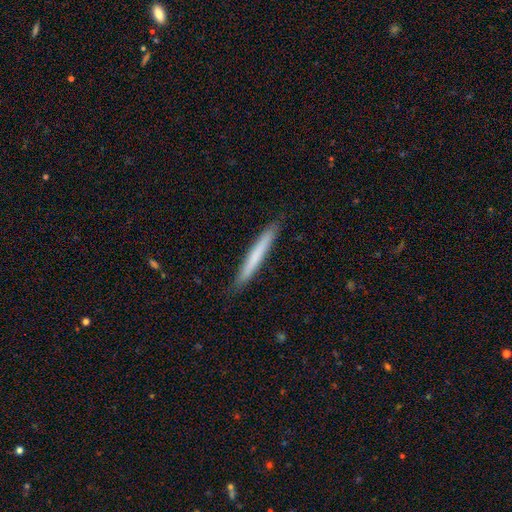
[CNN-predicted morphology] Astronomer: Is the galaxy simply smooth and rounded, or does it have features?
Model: smooth — 66%.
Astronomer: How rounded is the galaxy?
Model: cigar-shaped — 97%.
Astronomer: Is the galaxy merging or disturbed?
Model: none — 89%.